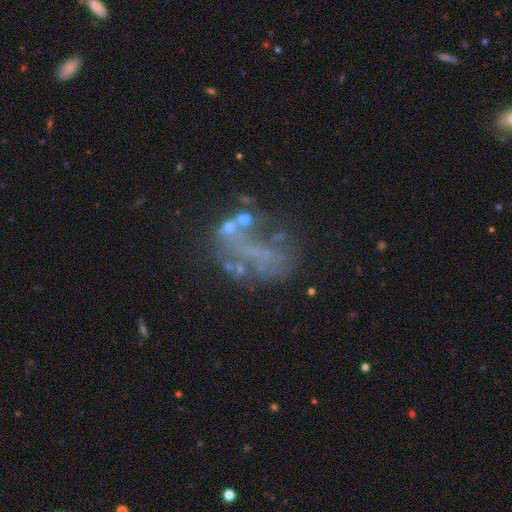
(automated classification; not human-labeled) Q: Smooth or featured?
A: featured or disk (53%); runner-up: star or artifact (27%)
Q: Edge-on disk?
A: no (96%); runner-up: yes (4%)
Q: Bar?
A: no (86%); runner-up: weak (9%)
Q: Spiral arms?
A: no (90%); runner-up: yes (10%)
Q: Bulge size?
A: none (81%); runner-up: small (12%)
Q: Merging?
A: none (43%); runner-up: major disturbance (28%)